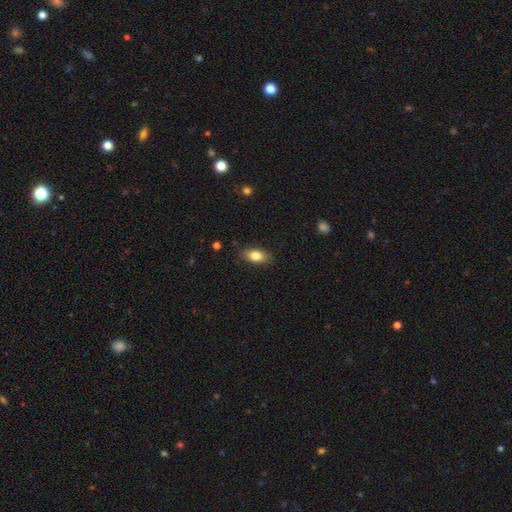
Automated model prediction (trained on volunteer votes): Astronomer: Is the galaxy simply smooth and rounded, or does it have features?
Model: smooth — 82%.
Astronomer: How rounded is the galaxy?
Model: in between — 88%.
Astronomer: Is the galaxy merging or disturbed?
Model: none — 86%.